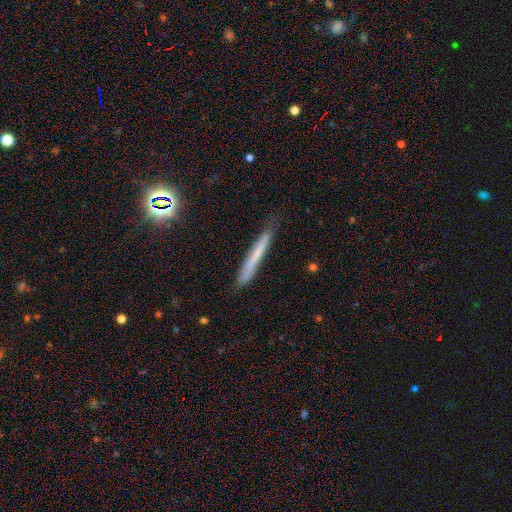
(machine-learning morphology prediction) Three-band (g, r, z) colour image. It shows a smooth galaxy with no disk features (58%) that is cigar-shaped (96%). Merging: none (78%).